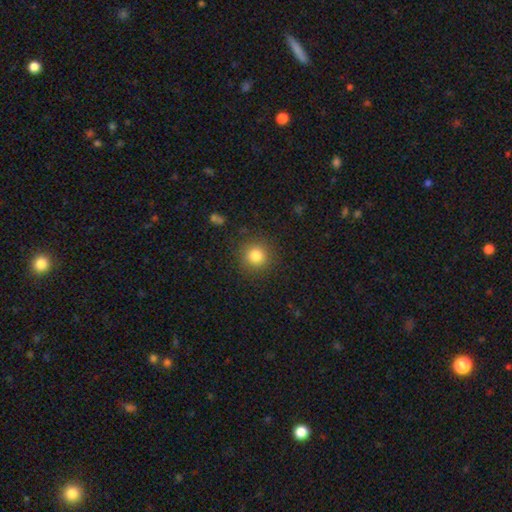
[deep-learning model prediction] smooth-or-featured: smooth: 82% | star or artifact: 12% | featured or disk: 6%
  how-rounded: round: 94% | in between: 5% | cigar-shaped: 1%
  merging: none: 88% | minor disturbance: 8% | major disturbance: 3% | merger: 1%